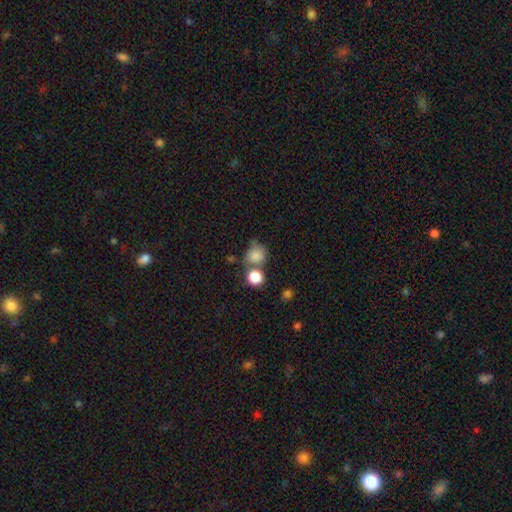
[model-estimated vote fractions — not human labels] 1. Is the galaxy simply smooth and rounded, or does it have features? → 81% smooth, 11% star or artifact, 7% featured or disk.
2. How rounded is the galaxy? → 77% round, 22% in between, 1% cigar-shaped.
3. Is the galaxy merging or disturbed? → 49% none, 28% merger, 16% minor disturbance, 8% major disturbance.